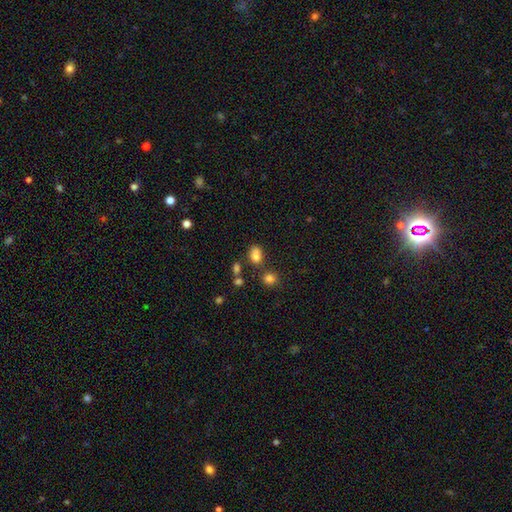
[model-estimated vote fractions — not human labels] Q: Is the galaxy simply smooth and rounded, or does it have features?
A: smooth — 78%.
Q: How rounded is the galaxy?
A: in between — 64%.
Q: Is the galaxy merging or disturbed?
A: none — 55%.